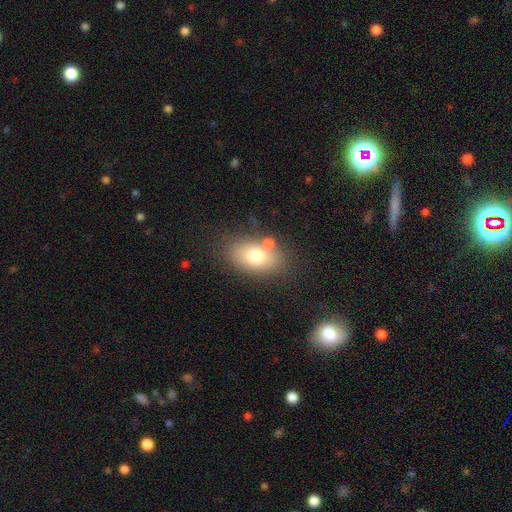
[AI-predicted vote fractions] Smooth or featured? smooth (72%)
How rounded? in between (82%)
Merging? none (70%)